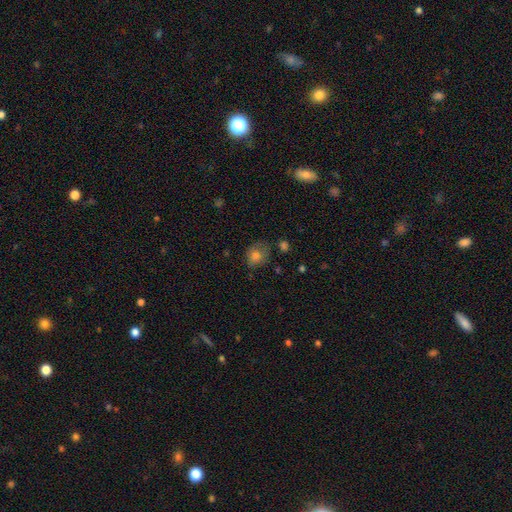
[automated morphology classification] A smooth galaxy with no disk features (76%) that is round (54%).

Vote fractions:
- Smooth or featured? smooth: 76% / featured or disk: 13% / star or artifact: 11%
- How rounded? round: 54% / in between: 45% / cigar-shaped: 1%
- Merging? none: 54% / minor disturbance: 30% / major disturbance: 12% / merger: 4%